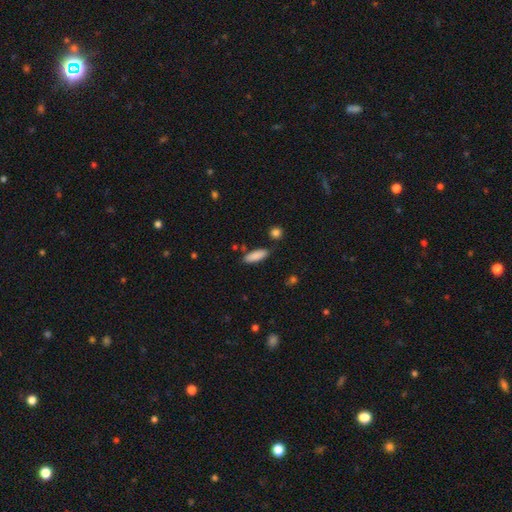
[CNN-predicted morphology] Smooth or featured? Predicted: smooth (p=0.88). How rounded? Predicted: in between (p=0.55). Merging? Predicted: none (p=0.82).